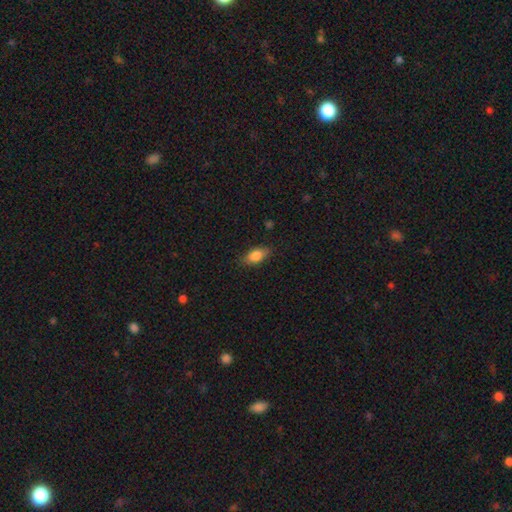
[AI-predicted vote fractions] Overall: smooth (81%). How rounded: in between (85%). Merging: none (82%).